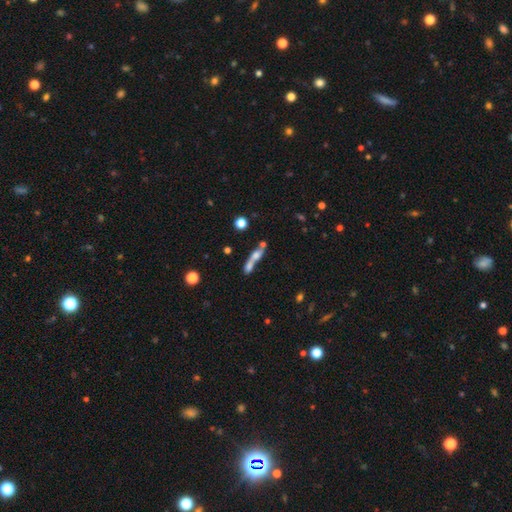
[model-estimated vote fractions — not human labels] smooth_or_featured: smooth (p=0.46) [alt: featured or disk p=0.41]
merging: merger (p=0.48) [alt: none p=0.32]